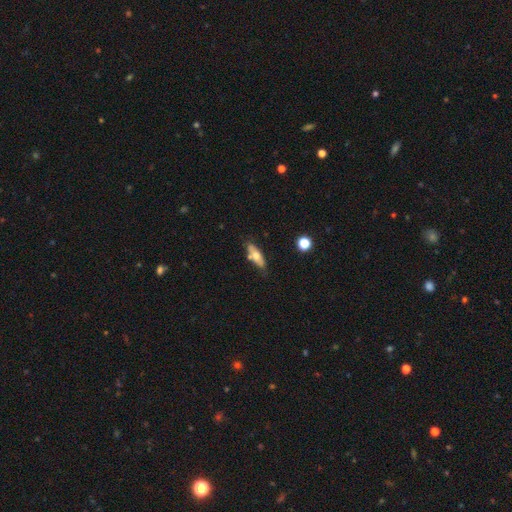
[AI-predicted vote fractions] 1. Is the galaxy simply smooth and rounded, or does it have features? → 54% smooth, 39% featured or disk, 7% star or artifact.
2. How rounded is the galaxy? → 62% in between, 35% cigar-shaped, 3% round.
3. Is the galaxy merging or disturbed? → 72% none, 17% minor disturbance, 8% merger, 4% major disturbance.